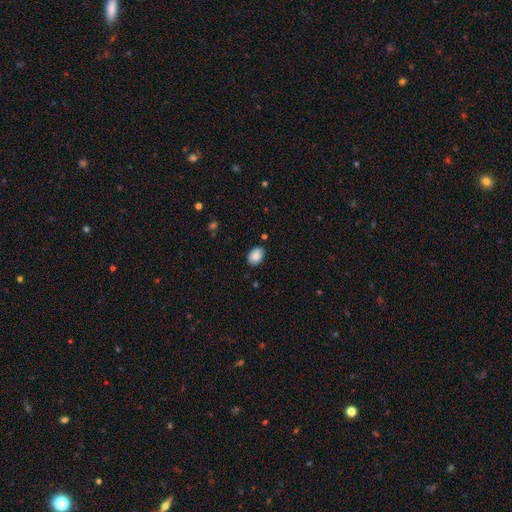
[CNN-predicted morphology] This appears to be a smooth galaxy with no disk features (86%) that is in between round and cigar-shaped (77%). Merging: none (83%).